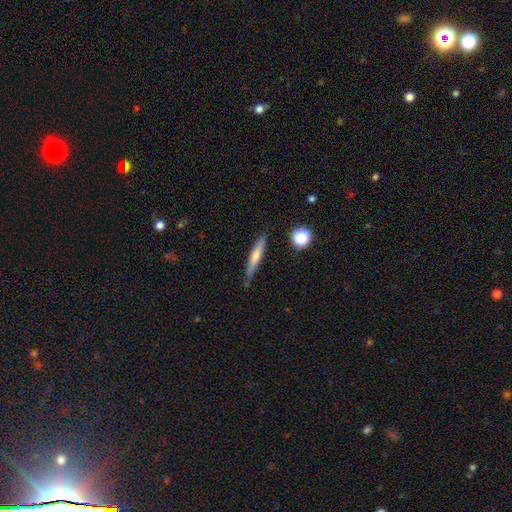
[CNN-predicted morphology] type=smooth (55%); roundness=cigar-shaped (91%); merging=none (80%).